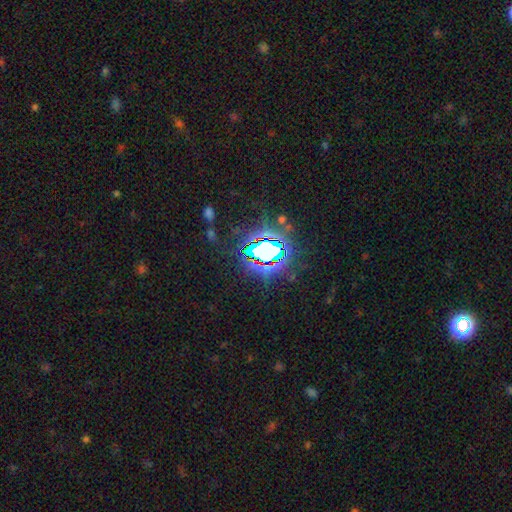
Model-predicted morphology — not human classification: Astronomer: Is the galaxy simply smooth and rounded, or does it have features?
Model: star or artifact — 80%.